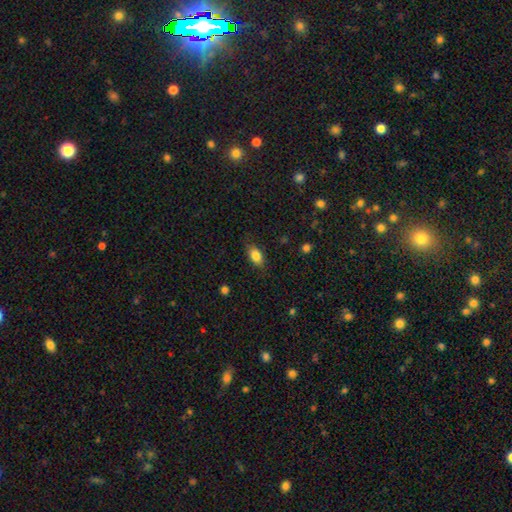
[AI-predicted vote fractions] Smooth or featured? smooth (83%)
How rounded? in between (88%)
Merging? none (81%)